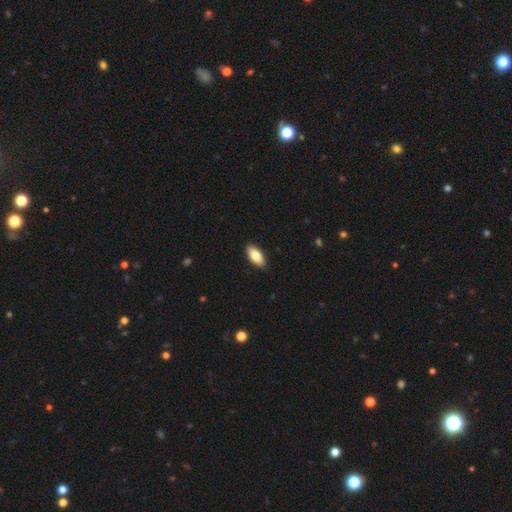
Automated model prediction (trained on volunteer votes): Smooth or featured? Predicted: smooth (p=0.80). How rounded? Predicted: in between (p=0.89). Merging? Predicted: none (p=0.90).